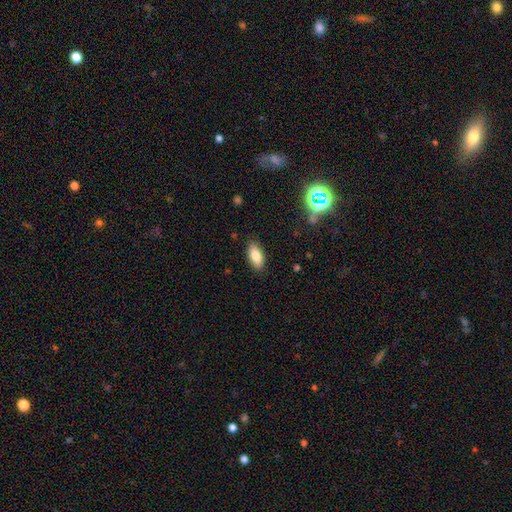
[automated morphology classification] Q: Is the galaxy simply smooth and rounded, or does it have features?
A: smooth — 83%.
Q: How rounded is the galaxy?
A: in between — 87%.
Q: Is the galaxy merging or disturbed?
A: none — 86%.